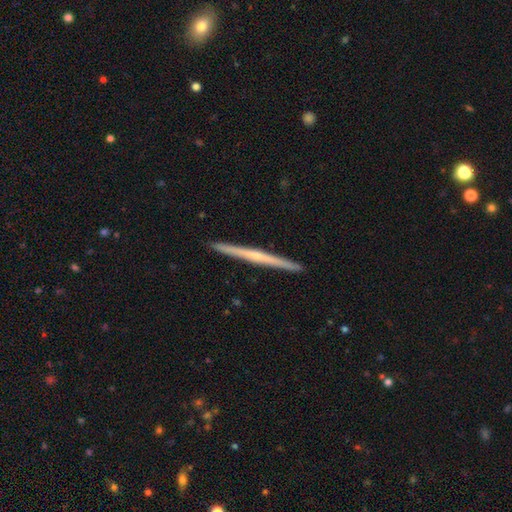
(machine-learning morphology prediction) featured or disk 63%, smooth 32%, star or artifact 5%. Down the decision tree: edge-on disk — yes (98%); edge-on bulge — none (64%); merging — none (93%).